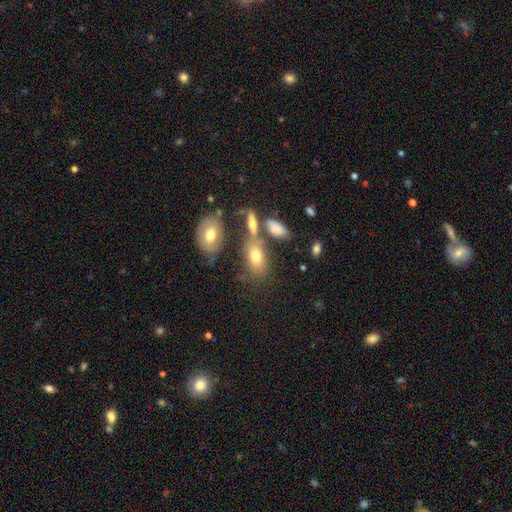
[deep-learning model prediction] Overall: smooth (67%). How rounded: in between (83%). Merging: none (51%; merger 27%).